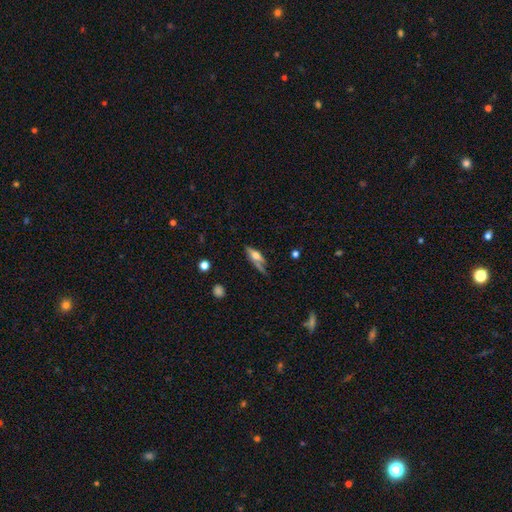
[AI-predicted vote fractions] featured or disk 47%, smooth 45%, star or artifact 8%. Down the decision tree: merging — none (51%).